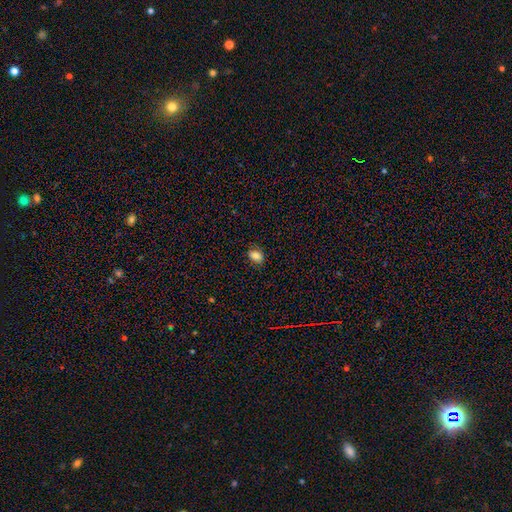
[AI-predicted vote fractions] The model was most divided on "how rounded": in between: 65%, round: 34%, cigar-shaped: 1%. More confident: merging — none (83%); smooth or featured — smooth (82%).